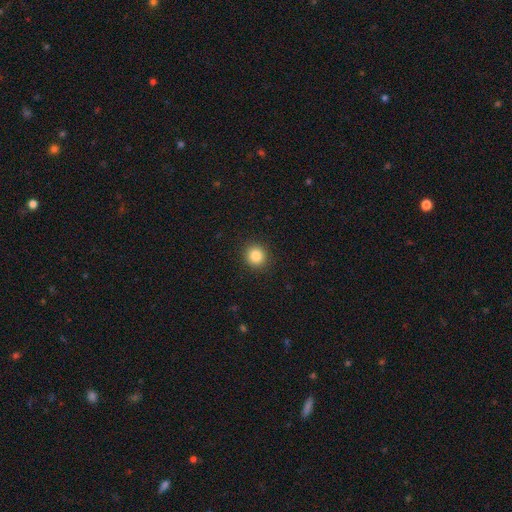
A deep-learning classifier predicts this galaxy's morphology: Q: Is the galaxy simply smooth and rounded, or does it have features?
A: smooth — 85%.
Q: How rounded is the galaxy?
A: round — 91%.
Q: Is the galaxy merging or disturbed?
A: none — 92%.